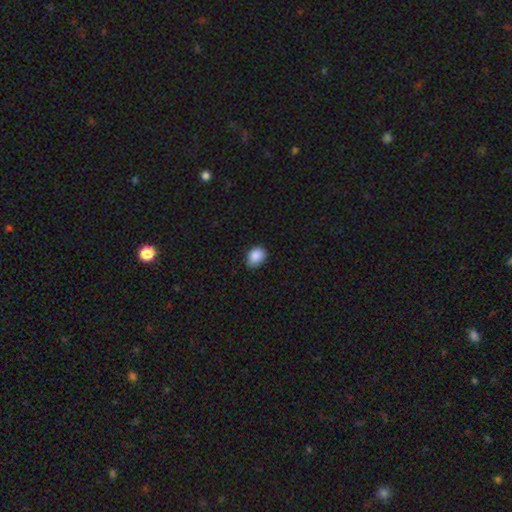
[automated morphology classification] Overall: smooth (88%). How rounded: in between (69%; round 29%). Merging: none (76%).